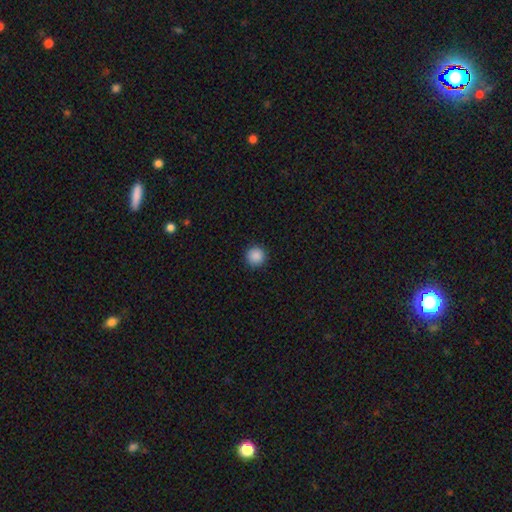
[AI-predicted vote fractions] The model was most divided on "smooth or featured": smooth: 88%, star or artifact: 10%, featured or disk: 3%. More confident: how rounded — round (96%); merging — none (92%).